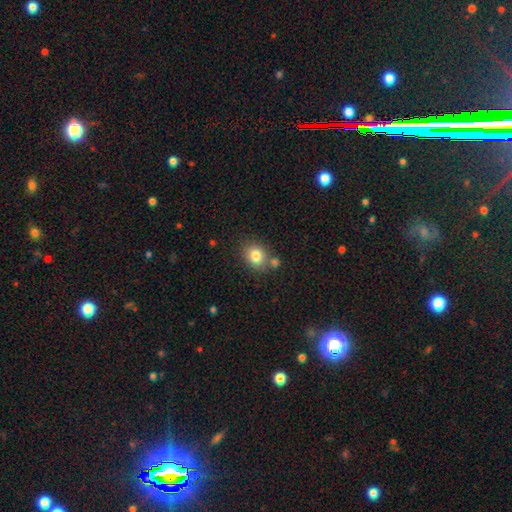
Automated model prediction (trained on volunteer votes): Smooth or featured?
  - smooth: 81% *
  - star or artifact: 10%
  - featured or disk: 9%
How rounded?
  - round: 55% *
  - in between: 44%
  - cigar-shaped: 1%
Merging?
  - none: 69% *
  - merger: 16%
  - minor disturbance: 12%
  - major disturbance: 3%